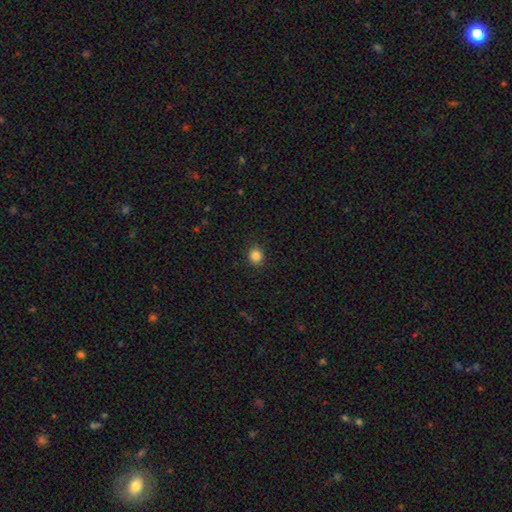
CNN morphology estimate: smooth_or_featured: smooth (p=0.85) [alt: star or artifact p=0.11]
how_rounded: round (p=0.80) [alt: in between p=0.19]
merging: none (p=0.89) [alt: minor disturbance p=0.08]